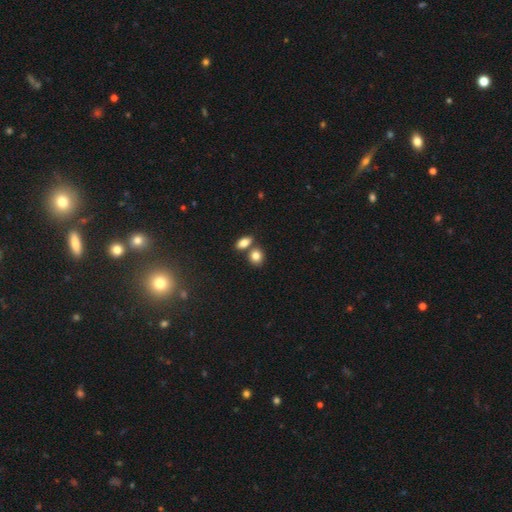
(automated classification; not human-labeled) This appears to be a smooth galaxy with no disk features (83%) that is round (57%). Merging: none (58%).